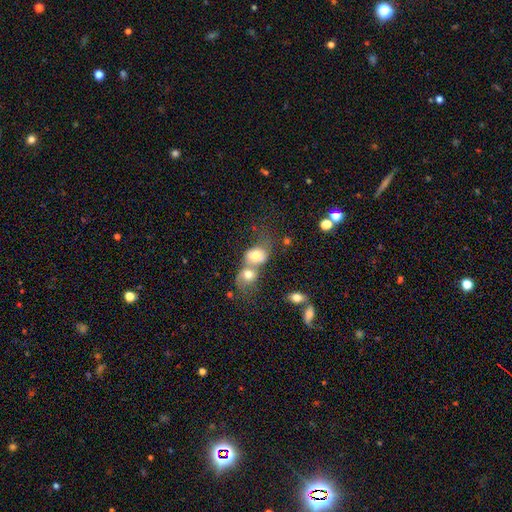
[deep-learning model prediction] Smooth or featured?
  - smooth: 71% *
  - featured or disk: 19%
  - star or artifact: 10%
How rounded?
  - round: 50% *
  - in between: 49%
  - cigar-shaped: 1%
Merging?
  - merger: 72% *
  - none: 15%
  - major disturbance: 7%
  - minor disturbance: 7%